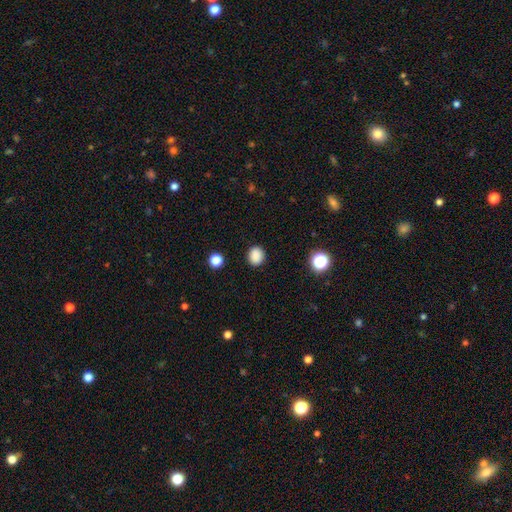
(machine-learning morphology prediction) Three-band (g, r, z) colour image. It shows a smooth galaxy with no disk features (87%) that is round (68%). Merging: none (89%).